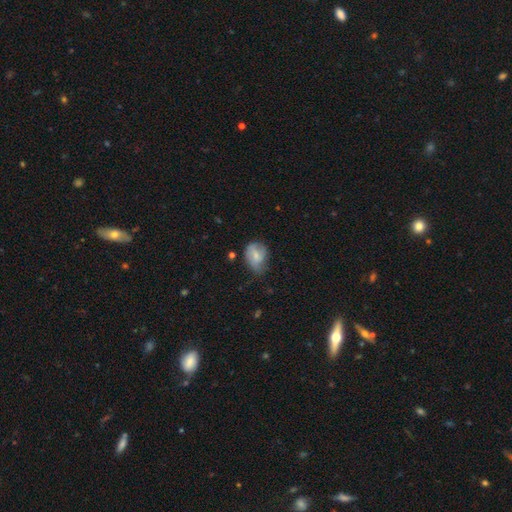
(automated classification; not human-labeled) This appears to be a smooth galaxy with no disk features (66%) that is in between round and cigar-shaped (64%). Merging: none (43%).